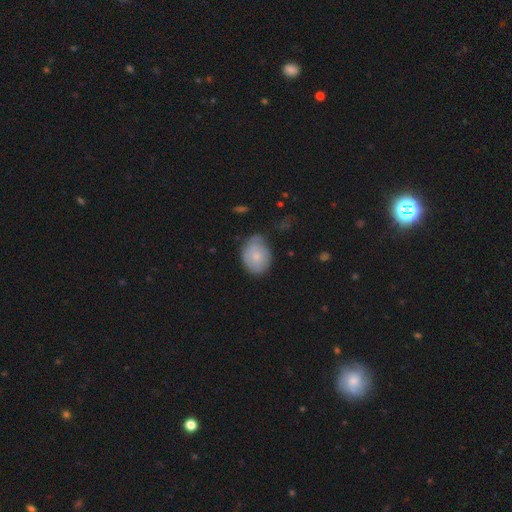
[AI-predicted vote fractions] smooth-or-featured: smooth: 70% | featured or disk: 24% | star or artifact: 7%
  how-rounded: in between: 66% | round: 33% | cigar-shaped: 1%
  merging: none: 57% | minor disturbance: 33% | major disturbance: 7% | merger: 3%